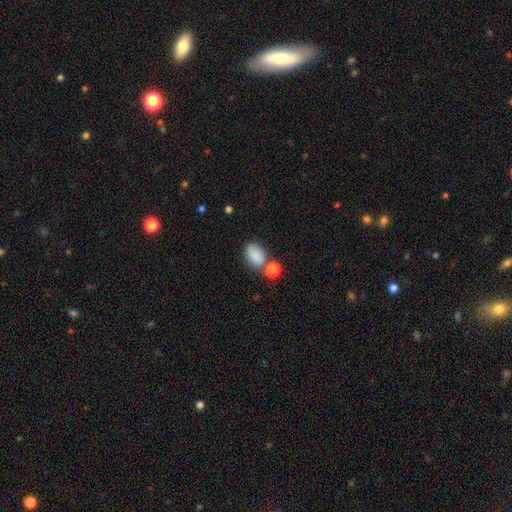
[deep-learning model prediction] This is clearly a smooth galaxy (85%). How rounded: clearly in between (81%). Merging: likely none (61%).